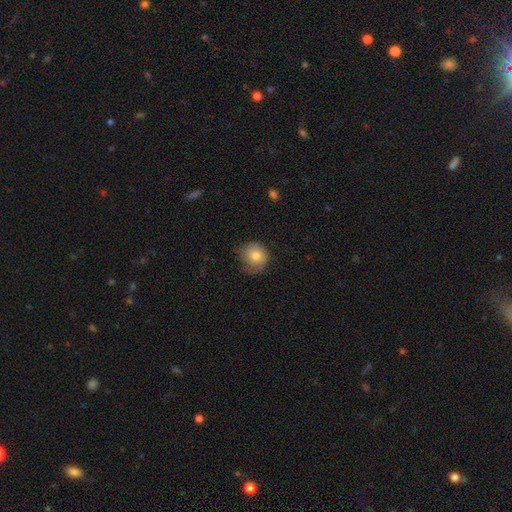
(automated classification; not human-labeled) The model was most divided on "merging": none: 54%, minor disturbance: 30%, major disturbance: 14%, merger: 1%. More confident: how rounded — round (85%); smooth or featured — smooth (73%).